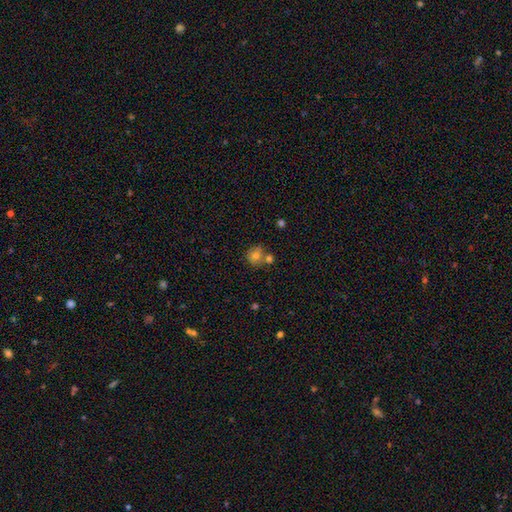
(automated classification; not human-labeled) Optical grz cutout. It shows a smooth galaxy with no disk features (74%) that is round (84%). Merging: none (57%).